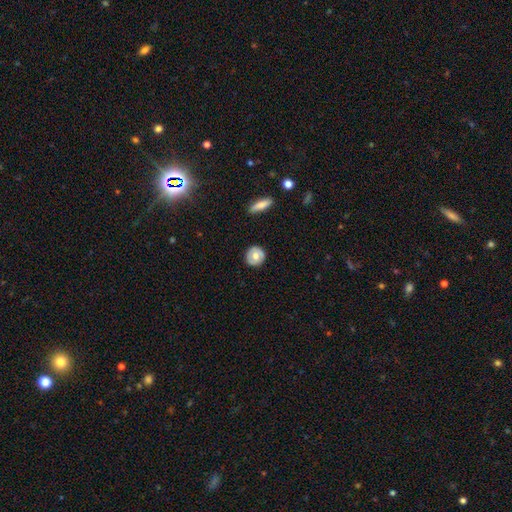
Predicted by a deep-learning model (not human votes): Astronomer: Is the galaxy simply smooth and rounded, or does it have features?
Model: smooth — 65%.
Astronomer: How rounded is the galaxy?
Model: round — 89%.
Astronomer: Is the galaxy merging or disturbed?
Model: none — 87%.